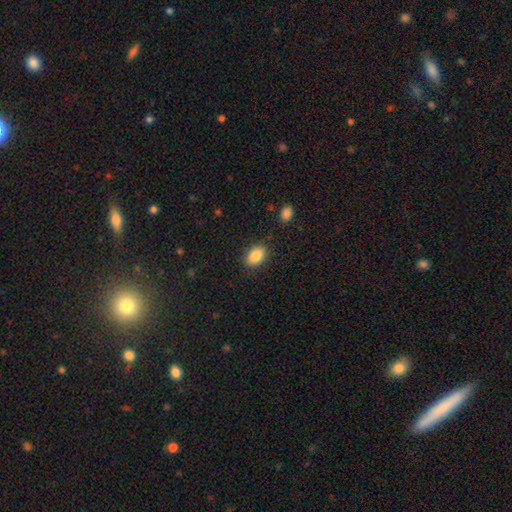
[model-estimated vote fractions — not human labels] The model was most divided on "how rounded": in between: 83%, round: 16%, cigar-shaped: 1%. More confident: smooth or featured — smooth (87%); merging — none (86%).